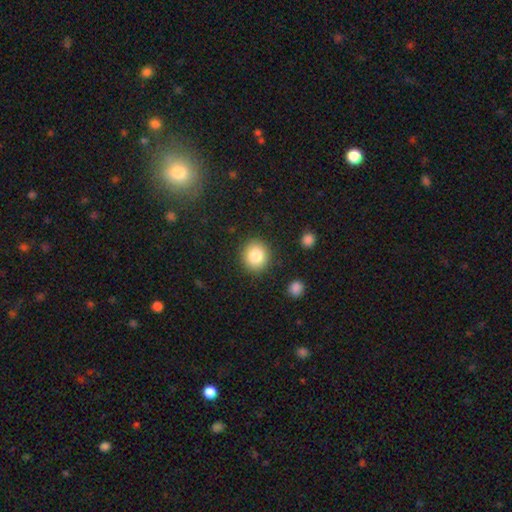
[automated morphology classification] Smooth or featured: smooth — 83% (star or artifact — 9%)
How rounded: round — 84% (in between — 15%)
Merging: none — 89% (minor disturbance — 7%)